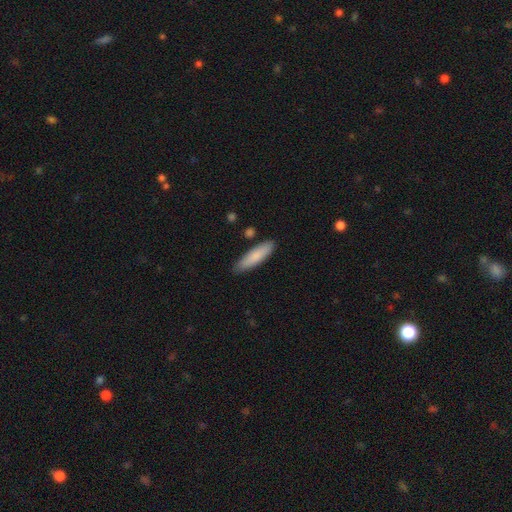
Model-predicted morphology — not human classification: Smooth or featured? Predicted: smooth (p=0.82). How rounded? Predicted: cigar-shaped (p=0.67). Merging? Predicted: none (p=0.84).